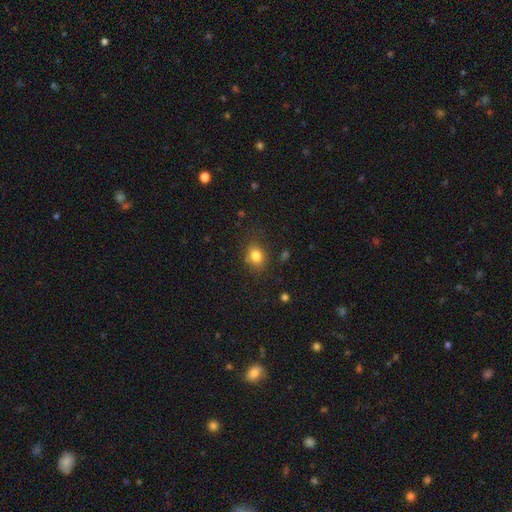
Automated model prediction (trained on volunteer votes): Q: Smooth or featured?
A: smooth (82%); runner-up: star or artifact (11%)
Q: How rounded?
A: round (53%); runner-up: in between (46%)
Q: Merging?
A: none (78%); runner-up: minor disturbance (15%)